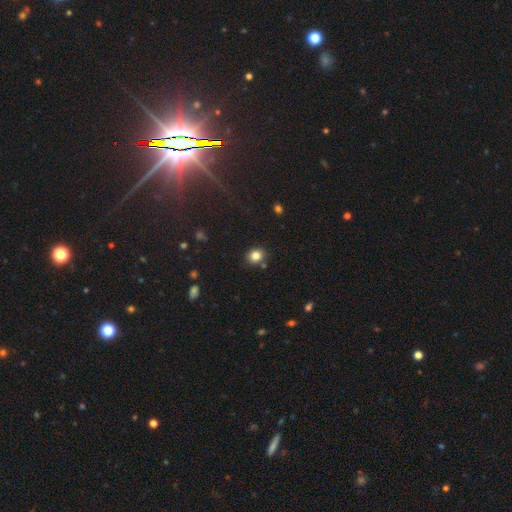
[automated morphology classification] A smooth galaxy with no disk features (82%) that is round (64%).

Vote fractions:
- Smooth or featured? smooth: 82% / star or artifact: 11% / featured or disk: 6%
- How rounded? round: 64% / in between: 35% / cigar-shaped: 1%
- Merging? none: 82% / minor disturbance: 10% / merger: 5% / major disturbance: 2%